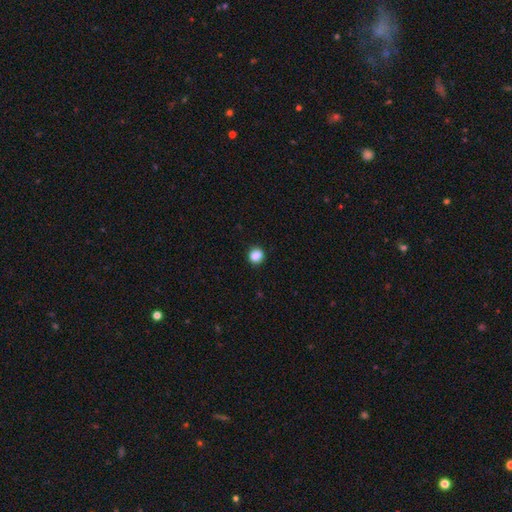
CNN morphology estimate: Smooth or featured?
  - smooth: 86% *
  - star or artifact: 10%
  - featured or disk: 3%
How rounded?
  - round: 86% *
  - in between: 13%
  - cigar-shaped: 1%
Merging?
  - none: 91% *
  - minor disturbance: 6%
  - major disturbance: 2%
  - merger: 1%